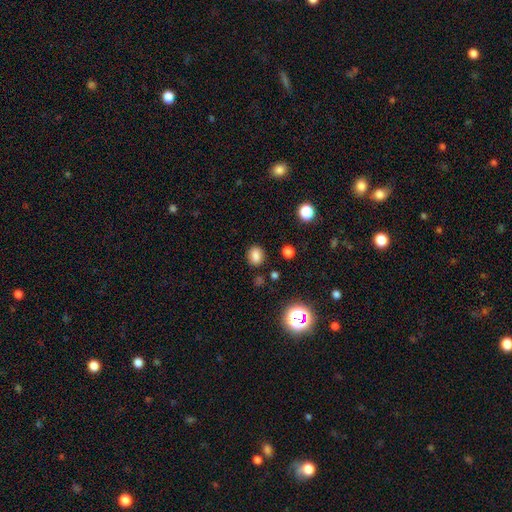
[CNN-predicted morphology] A smooth galaxy with no disk features (79%) that is in between round and cigar-shaped (50%).

Vote fractions:
- Smooth or featured? smooth: 79% / star or artifact: 14% / featured or disk: 7%
- How rounded? in between: 50% / round: 48% / cigar-shaped: 1%
- Merging? none: 84% / minor disturbance: 10% / major disturbance: 3% / merger: 3%